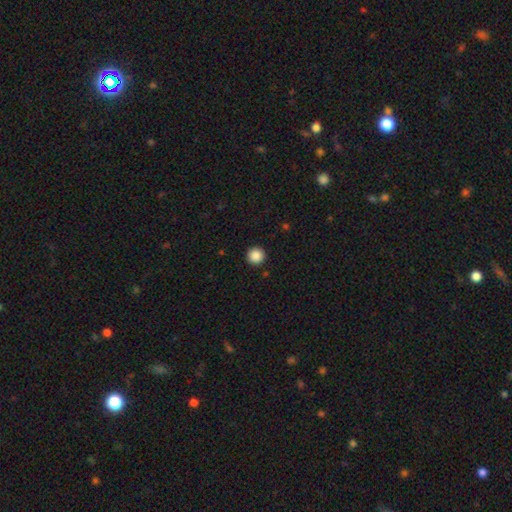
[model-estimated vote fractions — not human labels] smooth-or-featured: smooth: 88% | star or artifact: 9% | featured or disk: 3%
  how-rounded: round: 96% | in between: 3% | cigar-shaped: 1%
  merging: none: 93% | minor disturbance: 4% | major disturbance: 1% | merger: 1%